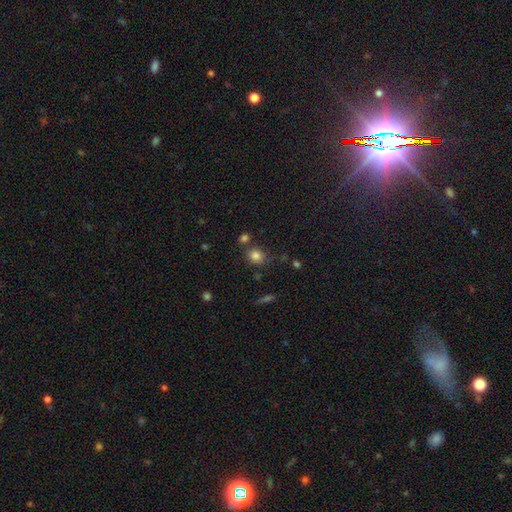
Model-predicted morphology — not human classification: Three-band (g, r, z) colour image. It shows a smooth galaxy with no disk features (82%) that is round (73%). Merging: none (71%).